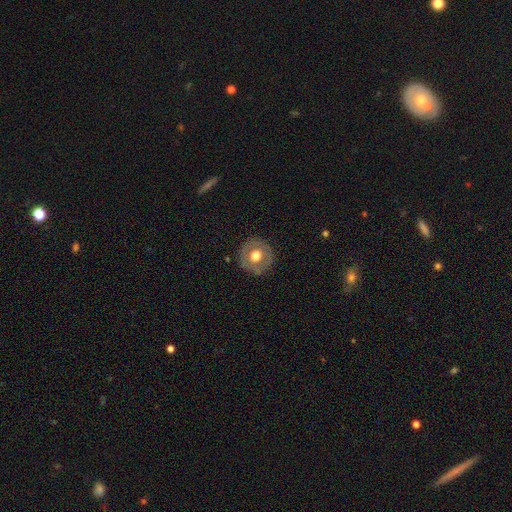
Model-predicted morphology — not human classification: A smooth galaxy with no disk features (53%) that is round (93%). Merging: none (85%).